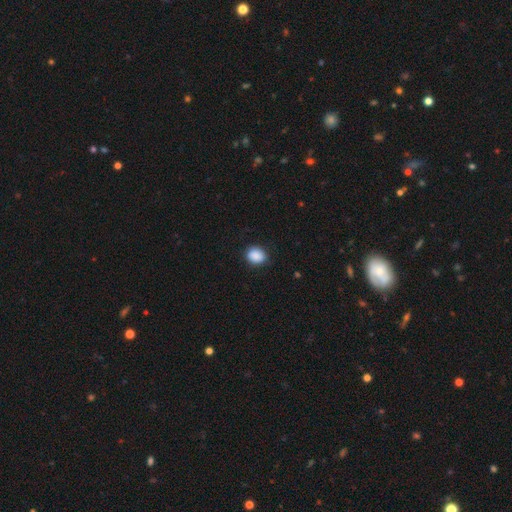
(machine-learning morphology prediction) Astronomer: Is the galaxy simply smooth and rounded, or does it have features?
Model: smooth — 89%.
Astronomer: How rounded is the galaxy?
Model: round — 59% (runner-up: in between, 40%).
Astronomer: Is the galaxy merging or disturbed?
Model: none — 85%.